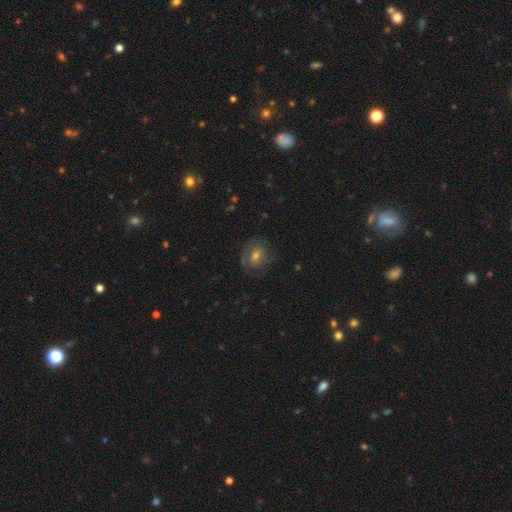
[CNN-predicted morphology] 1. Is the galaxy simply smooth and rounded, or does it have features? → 48% featured or disk, 42% smooth, 10% star or artifact.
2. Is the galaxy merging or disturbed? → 66% none, 19% minor disturbance, 13% major disturbance, 1% merger.